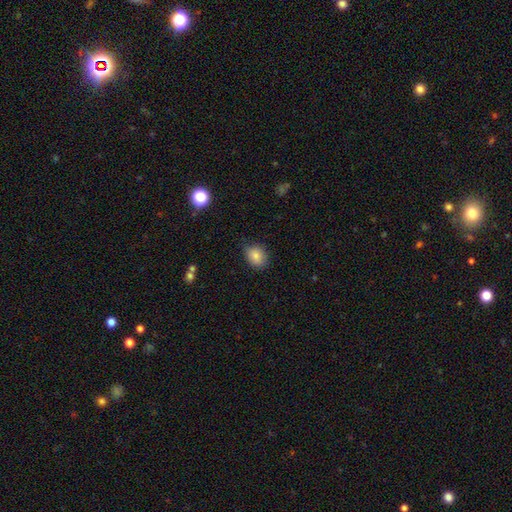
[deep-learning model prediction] This is clearly a smooth galaxy (84%). How rounded: possibly in between (55%). Merging: likely none (79%).